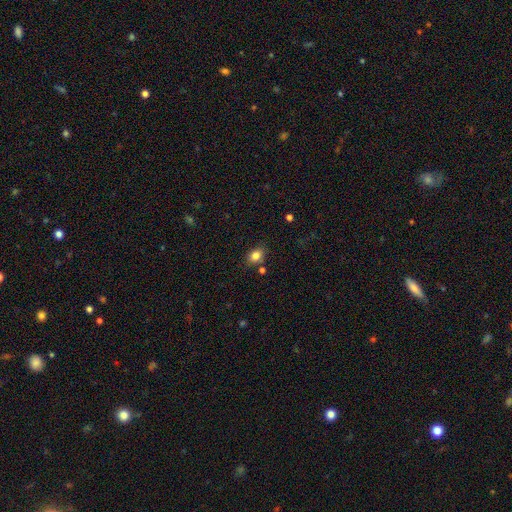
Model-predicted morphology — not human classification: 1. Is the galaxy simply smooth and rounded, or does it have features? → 82% smooth, 11% star or artifact, 7% featured or disk.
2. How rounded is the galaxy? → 62% in between, 36% round, 1% cigar-shaped.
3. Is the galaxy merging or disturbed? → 78% none, 13% minor disturbance, 6% merger, 3% major disturbance.